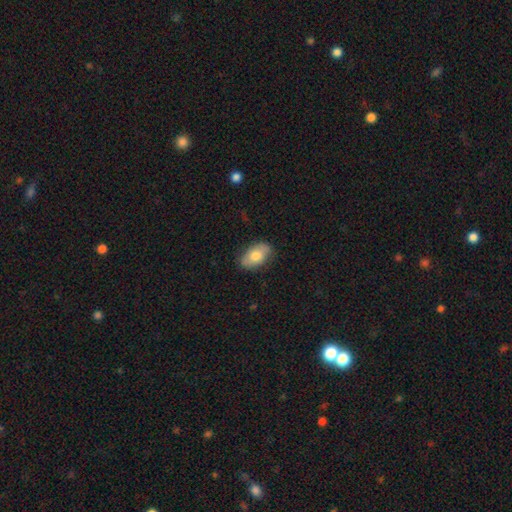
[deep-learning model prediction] This appears to be a smooth galaxy with no disk features (73%) that is in between round and cigar-shaped (92%). Merging: none (81%).